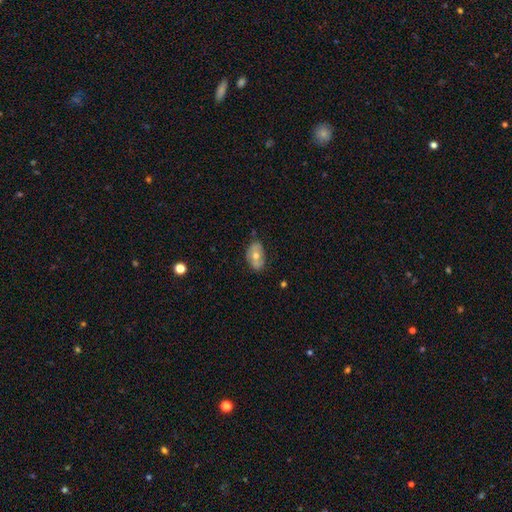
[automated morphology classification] The model was most divided on "smooth or featured": smooth: 49%, featured or disk: 42%, star or artifact: 8%. More confident: merging — none (72%).